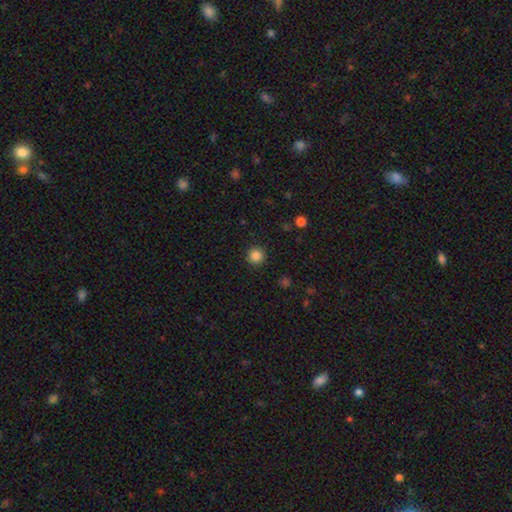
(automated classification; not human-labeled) Q: Smooth or featured?
A: smooth (85%); runner-up: star or artifact (11%)
Q: How rounded?
A: round (96%); runner-up: in between (3%)
Q: Merging?
A: none (92%); runner-up: minor disturbance (5%)